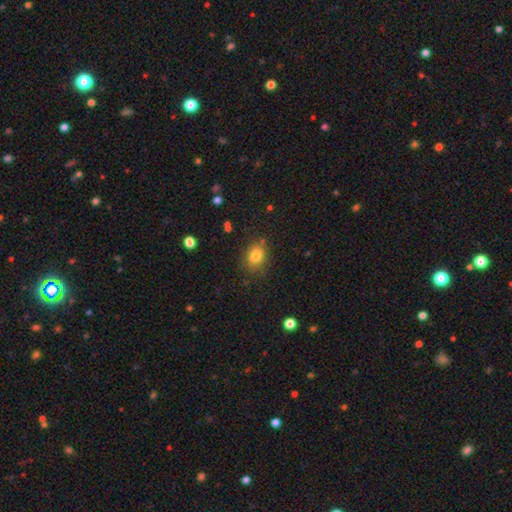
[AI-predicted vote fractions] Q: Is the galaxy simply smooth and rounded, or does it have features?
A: smooth — 81%.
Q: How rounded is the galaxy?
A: in between — 55%.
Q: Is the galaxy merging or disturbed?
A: none — 76%.